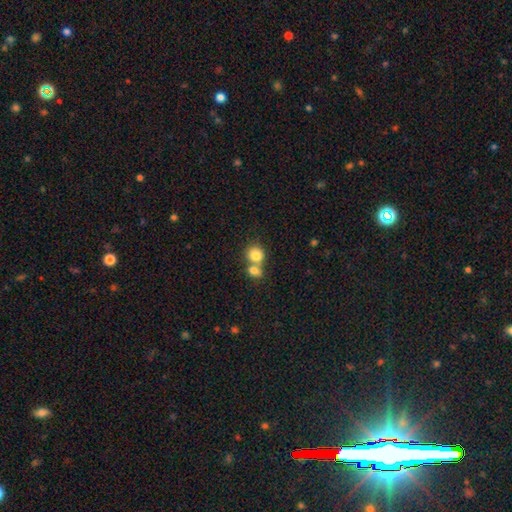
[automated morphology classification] The model was most divided on "merging": merger: 55%, none: 35%, minor disturbance: 6%, major disturbance: 3%. More confident: smooth or featured — smooth (81%); how rounded — round (77%).